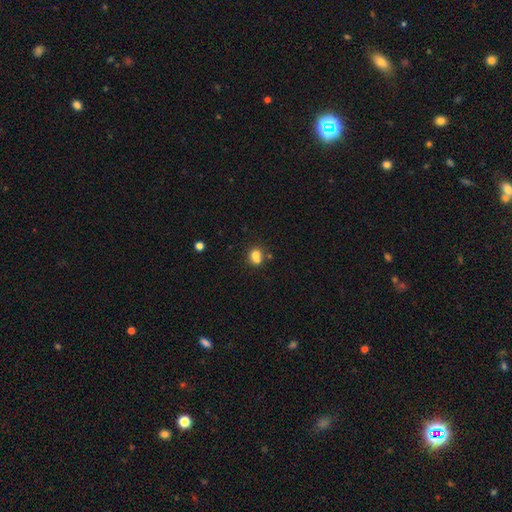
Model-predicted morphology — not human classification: smooth_or_featured: smooth (p=0.75) [alt: featured or disk p=0.13]
how_rounded: round (p=0.77) [alt: in between p=0.22]
merging: none (p=0.44) [alt: merger p=0.43]